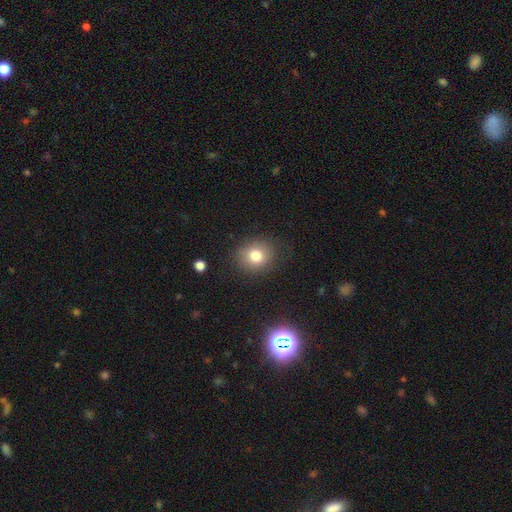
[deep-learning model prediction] smooth 79%, star or artifact 12%, featured or disk 9%. Down the decision tree: how rounded — round (74%); merging — none (84%).